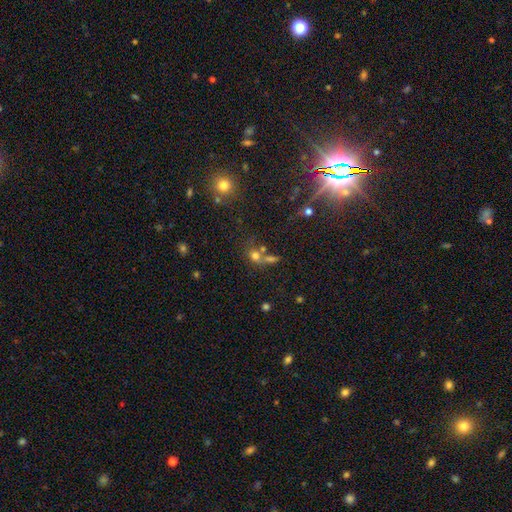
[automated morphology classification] A smooth galaxy with no disk features (66%) that is round (65%). Merging: none (43%).